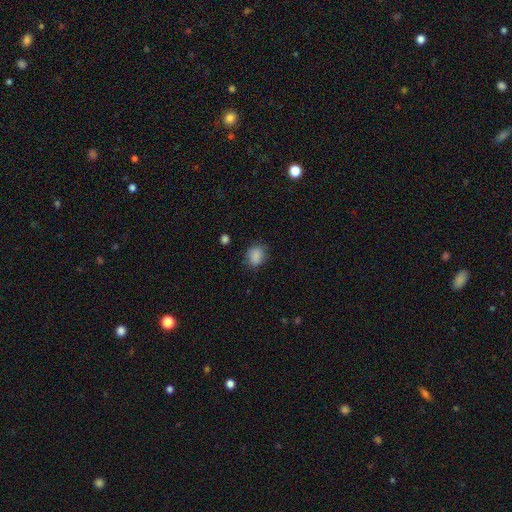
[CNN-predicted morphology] smooth 85%, star or artifact 10%, featured or disk 5%. Down the decision tree: how rounded — in between (55%); merging — none (75%).